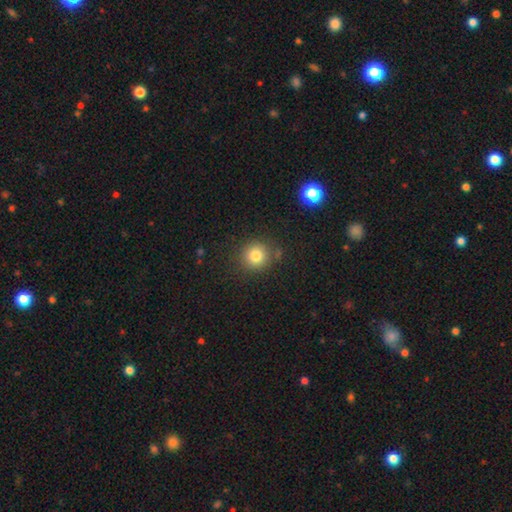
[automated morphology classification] This is clearly a smooth galaxy (81%). How rounded: clearly round (91%). Merging: clearly none (84%).